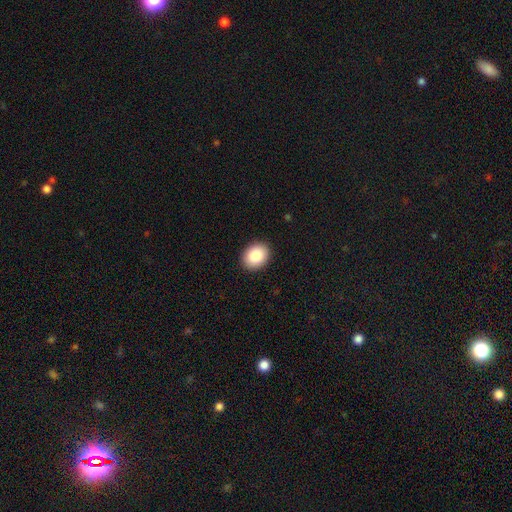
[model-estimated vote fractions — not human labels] smooth-or-featured: smooth: 89% | star or artifact: 7% | featured or disk: 4%
  how-rounded: in between: 57% | round: 42% | cigar-shaped: 1%
  merging: none: 91% | minor disturbance: 7% | major disturbance: 2% | merger: 1%